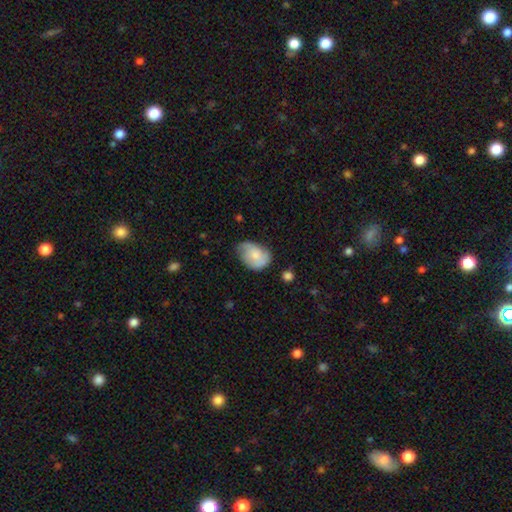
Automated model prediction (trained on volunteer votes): Morphology: type=smooth (61%); roundness=in between (77%); merging=none (47%).